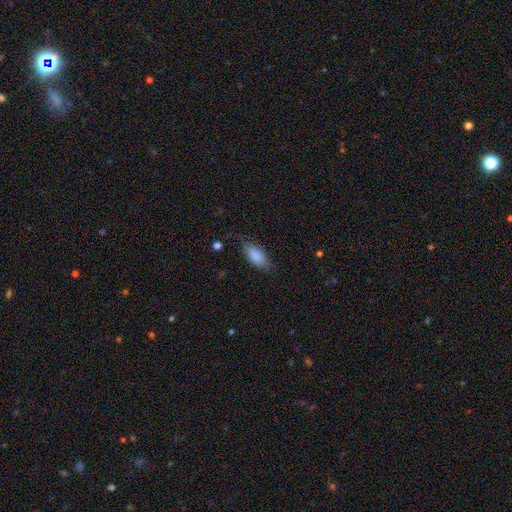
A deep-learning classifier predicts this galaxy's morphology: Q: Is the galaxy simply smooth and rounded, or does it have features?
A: smooth — 83%.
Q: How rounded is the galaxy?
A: in between — 87%.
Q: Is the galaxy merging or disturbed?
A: none — 68%.